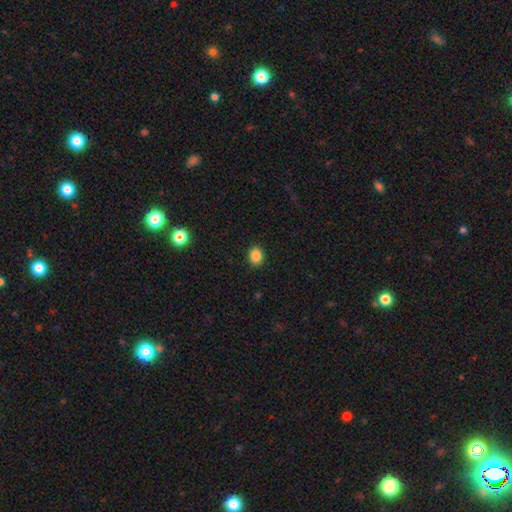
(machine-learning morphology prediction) A smooth galaxy with no disk features (87%) that is round (52%). Merging: none (89%).